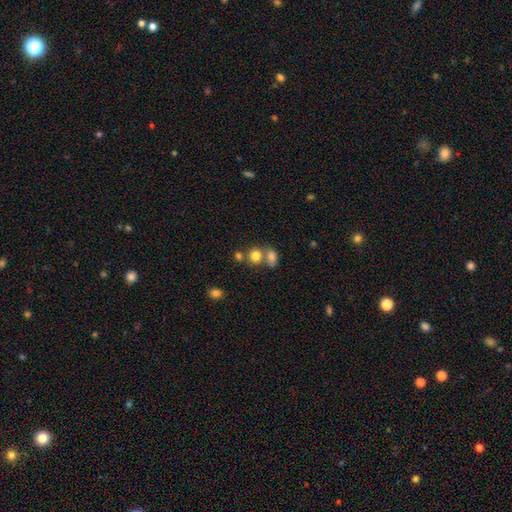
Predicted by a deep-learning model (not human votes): A smooth galaxy with no disk features (79%) that is round (68%). Merging: merger (43%, tied with none).